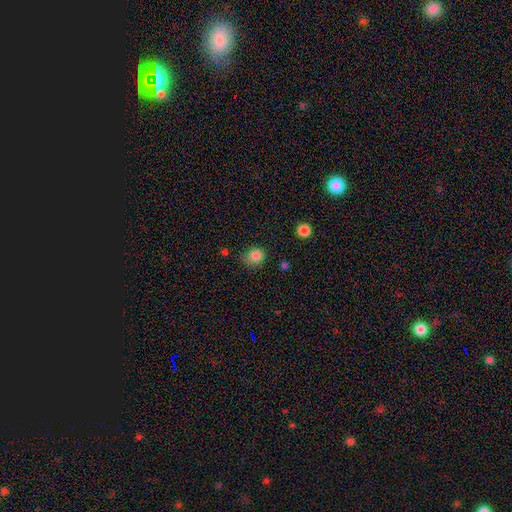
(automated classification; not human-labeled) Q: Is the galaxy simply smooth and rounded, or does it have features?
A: smooth — 83%.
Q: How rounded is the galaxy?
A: round — 74%.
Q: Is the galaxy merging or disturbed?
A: none — 60%.